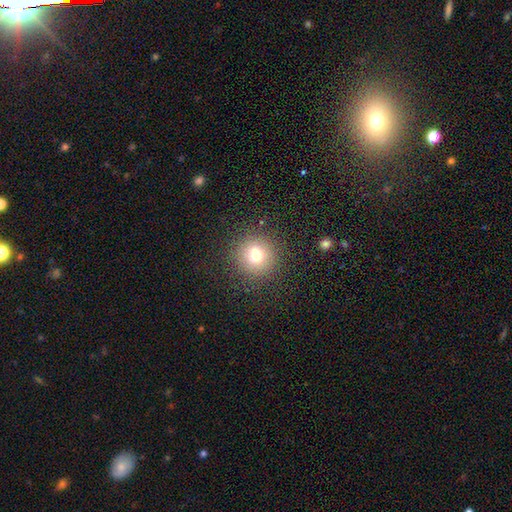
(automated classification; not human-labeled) Smooth or featured?
  - smooth: 72% *
  - star or artifact: 16%
  - featured or disk: 12%
How rounded?
  - round: 94% *
  - in between: 5%
  - cigar-shaped: 1%
Merging?
  - none: 87% *
  - minor disturbance: 7%
  - major disturbance: 4%
  - merger: 2%